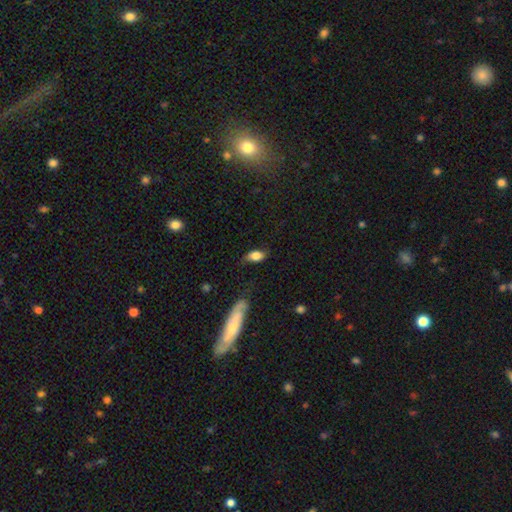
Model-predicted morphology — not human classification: This is likely a smooth galaxy (78%). How rounded: clearly in between (88%). Merging: possibly none (57%).